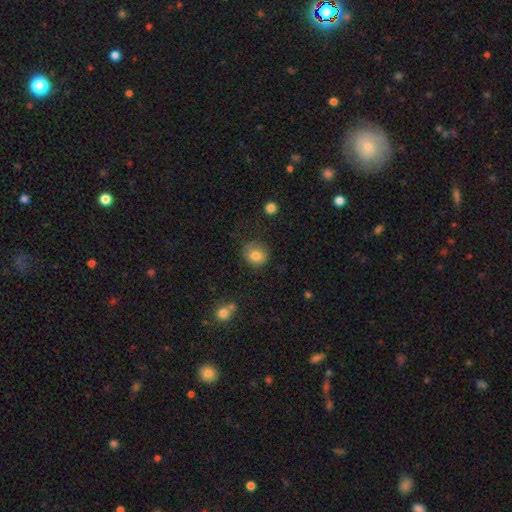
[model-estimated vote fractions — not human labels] A smooth galaxy with no disk features (81%) that is round (82%).

Vote fractions:
- Smooth or featured? smooth: 81% / star or artifact: 10% / featured or disk: 9%
- How rounded? round: 82% / in between: 17% / cigar-shaped: 1%
- Merging? none: 77% / minor disturbance: 16% / major disturbance: 5% / merger: 2%